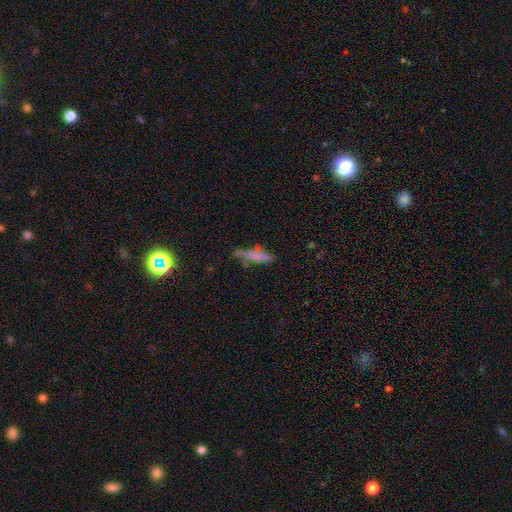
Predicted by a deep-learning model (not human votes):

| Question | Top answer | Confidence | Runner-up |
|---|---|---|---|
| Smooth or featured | smooth | 69% | featured or disk (21%) |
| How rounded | cigar-shaped | 81% | in between (17%) |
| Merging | none | 57% | minor disturbance (26%) |